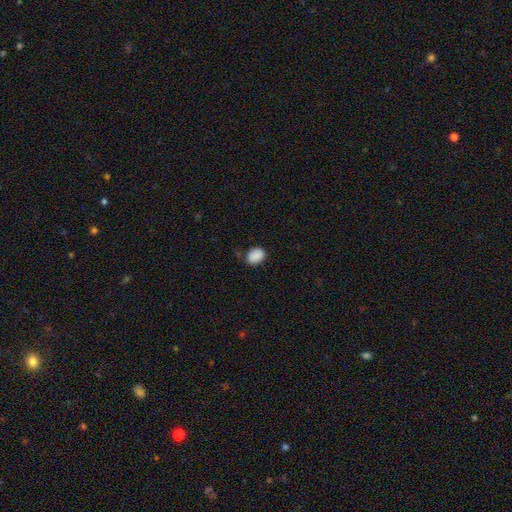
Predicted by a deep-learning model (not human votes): smooth 89%, star or artifact 8%, featured or disk 3%. Down the decision tree: how rounded — in between (66%); merging — none (71%).